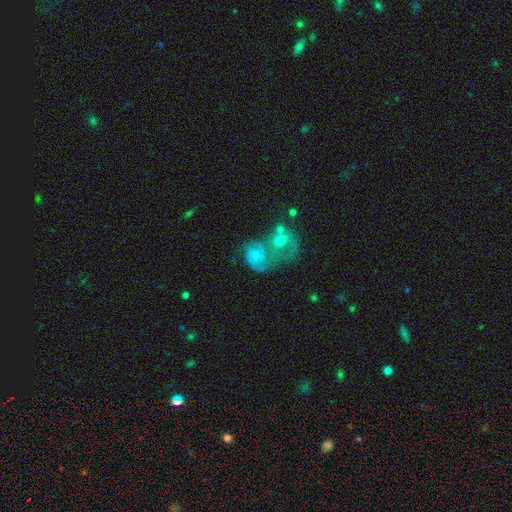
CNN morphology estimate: Smooth or featured? featured or disk (55%)
Edge-on disk? no (98%)
Bar? no (79%)
Spiral arms? yes (73%)
Bulge size? small (50%)
Merging? merger (64%)